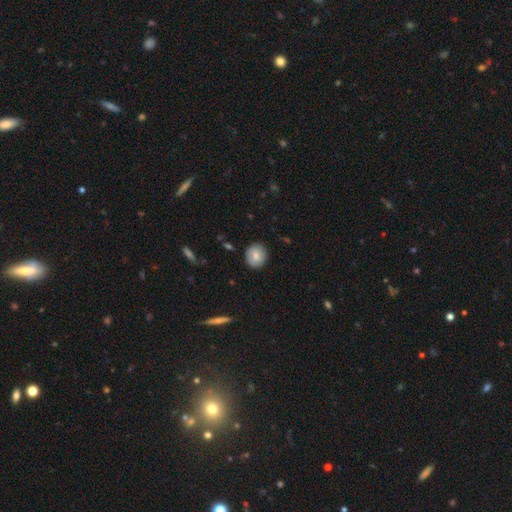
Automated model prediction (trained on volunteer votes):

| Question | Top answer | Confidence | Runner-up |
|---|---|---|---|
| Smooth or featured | smooth | 80% | featured or disk (13%) |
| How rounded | round | 74% | in between (25%) |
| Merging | none | 87% | minor disturbance (9%) |